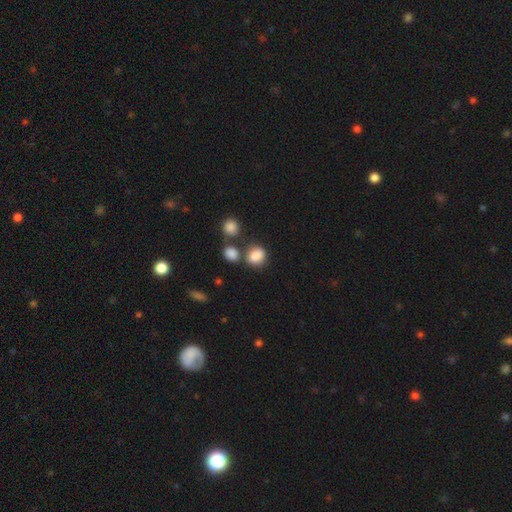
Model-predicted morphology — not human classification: A smooth galaxy with no disk features (84%) that is round (55%). Merging: none (55%).